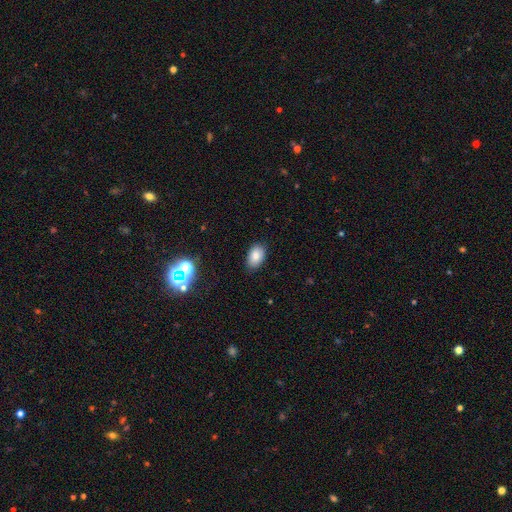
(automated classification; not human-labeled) Morphology: type=smooth (83%); roundness=in between (90%); merging=none (86%).